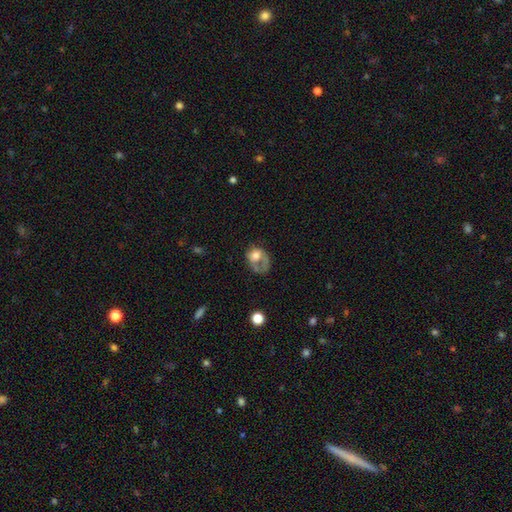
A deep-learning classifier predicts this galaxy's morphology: Smooth or featured? Predicted: smooth (p=0.53). How rounded? Predicted: in between (p=0.51). Merging? Predicted: major disturbance (p=0.49).